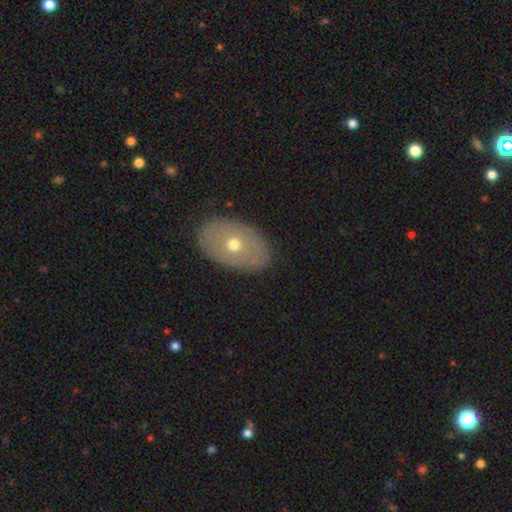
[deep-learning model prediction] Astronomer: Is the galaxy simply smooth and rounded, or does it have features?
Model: smooth — 48% (runner-up: featured or disk, 45%).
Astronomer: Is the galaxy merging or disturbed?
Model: none — 86%.